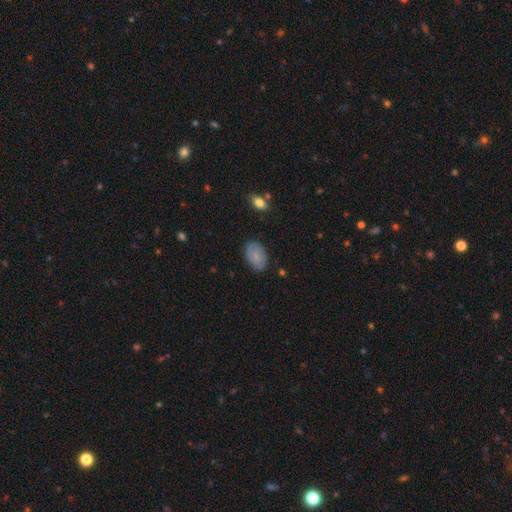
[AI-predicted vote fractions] A smooth galaxy with no disk features (56%) that is in between round and cigar-shaped (88%).

Vote fractions:
- Smooth or featured? smooth: 56% / featured or disk: 36% / star or artifact: 8%
- How rounded? in between: 88% / round: 11% / cigar-shaped: 1%
- Merging? none: 80% / minor disturbance: 16% / major disturbance: 3% / merger: 1%